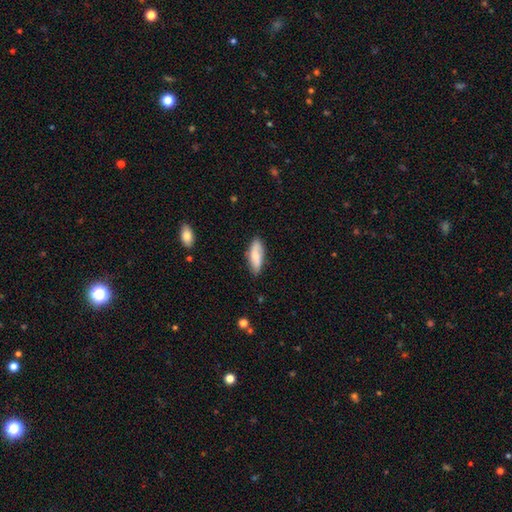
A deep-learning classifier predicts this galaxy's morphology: Smooth or featured: smooth — 71% (featured or disk — 23%)
How rounded: in between — 64% (cigar-shaped — 33%)
Merging: none — 79% (minor disturbance — 16%)